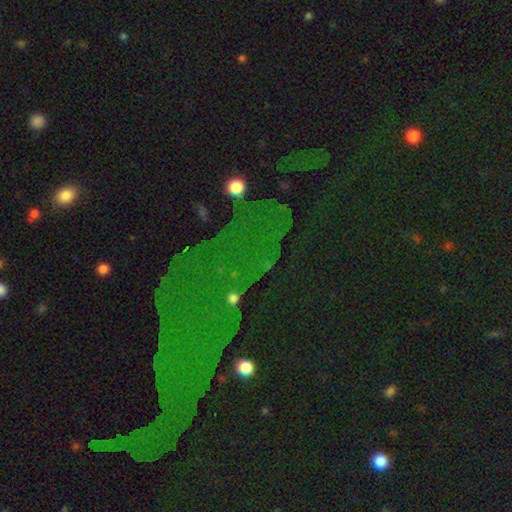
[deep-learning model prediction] Overall: star or artifact (74%).